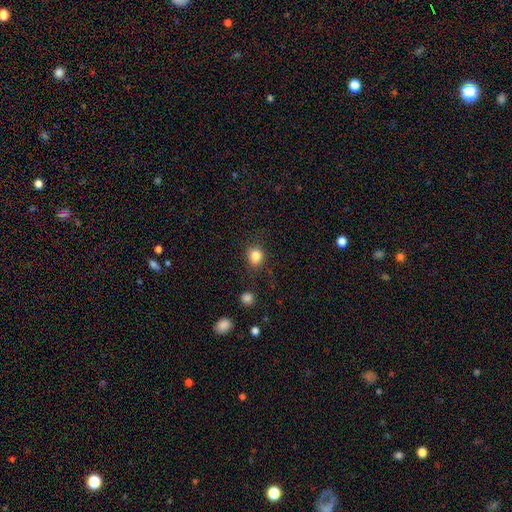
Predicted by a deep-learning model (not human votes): Smooth or featured?
  - smooth: 84% *
  - star or artifact: 11%
  - featured or disk: 5%
How rounded?
  - round: 77% *
  - in between: 22%
  - cigar-shaped: 1%
Merging?
  - none: 82% *
  - minor disturbance: 12%
  - major disturbance: 4%
  - merger: 2%